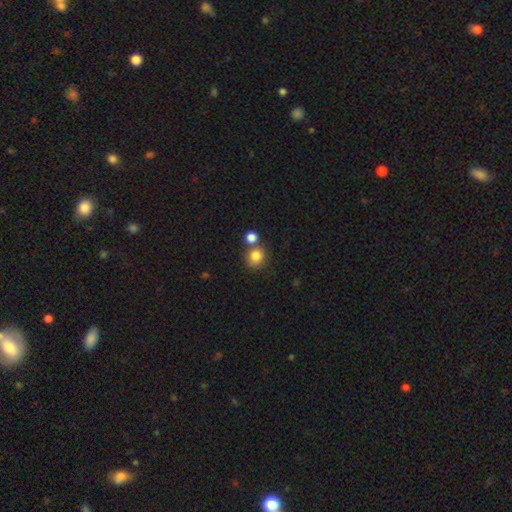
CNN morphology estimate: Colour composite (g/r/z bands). It shows a smooth galaxy with no disk features (83%) that is round (86%). Merging: none (65%).